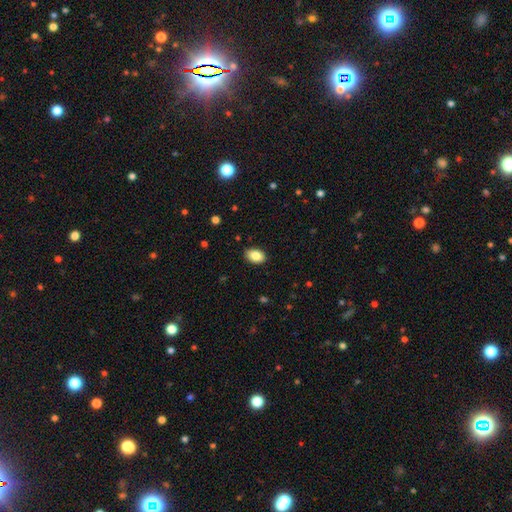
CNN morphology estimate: Smooth or featured? Predicted: smooth (p=0.87). How rounded? Predicted: in between (p=0.88). Merging? Predicted: none (p=0.88).